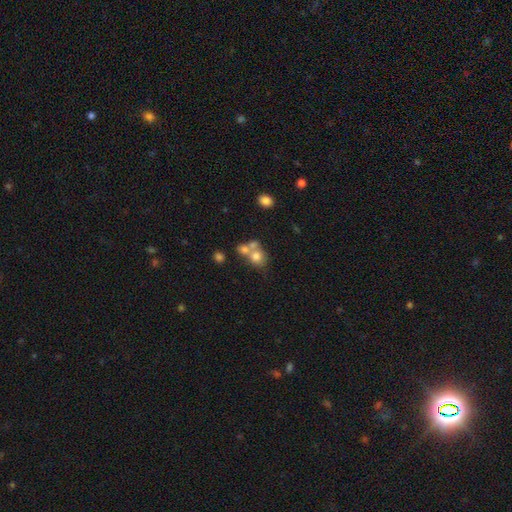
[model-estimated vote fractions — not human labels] Smooth or featured? smooth (69%)
How rounded? round (71%)
Merging? merger (54%)